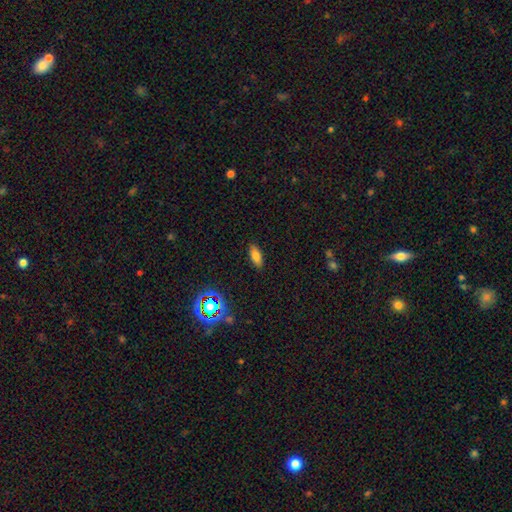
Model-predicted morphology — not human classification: Q: Smooth or featured?
A: smooth (77%); runner-up: star or artifact (12%)
Q: How rounded?
A: in between (80%); runner-up: cigar-shaped (16%)
Q: Merging?
A: none (88%); runner-up: minor disturbance (8%)